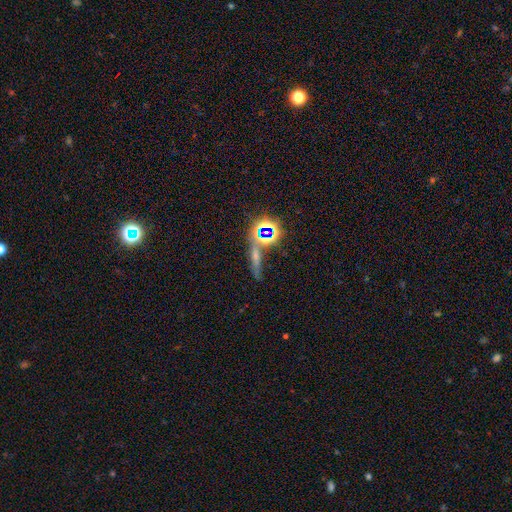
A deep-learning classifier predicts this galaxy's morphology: This is possibly a star or artifact rather than a galaxy (48%).